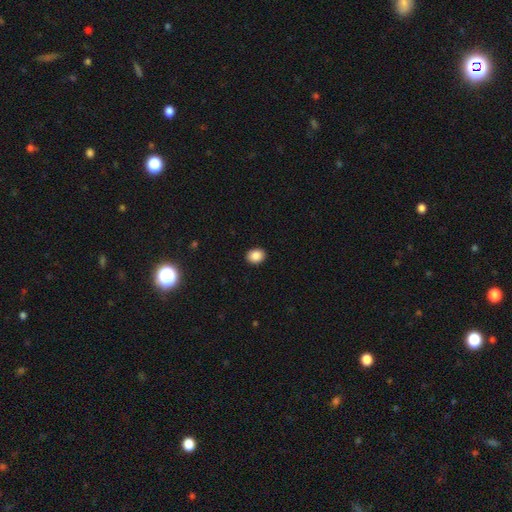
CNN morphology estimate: Q: Smooth or featured?
A: smooth (89%); runner-up: star or artifact (9%)
Q: How rounded?
A: in between (56%); runner-up: round (43%)
Q: Merging?
A: none (91%); runner-up: minor disturbance (6%)